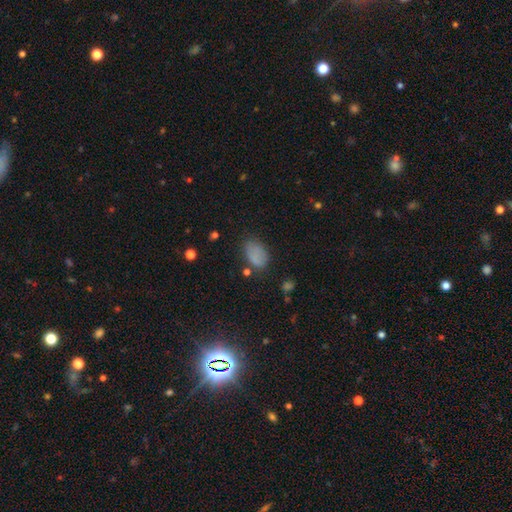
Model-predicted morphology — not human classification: smooth-or-featured: smooth: 78% | star or artifact: 13% | featured or disk: 9%
  how-rounded: in between: 88% | round: 10% | cigar-shaped: 1%
  merging: none: 64% | minor disturbance: 24% | major disturbance: 9% | merger: 4%